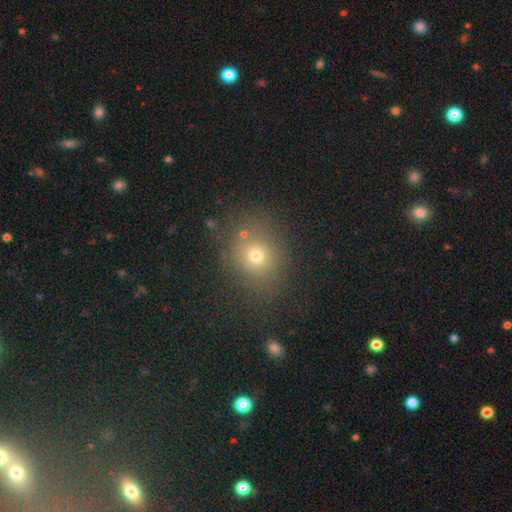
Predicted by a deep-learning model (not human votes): Q: Smooth or featured?
A: smooth (69%); runner-up: star or artifact (20%)
Q: How rounded?
A: round (74%); runner-up: in between (25%)
Q: Merging?
A: none (77%); runner-up: minor disturbance (13%)